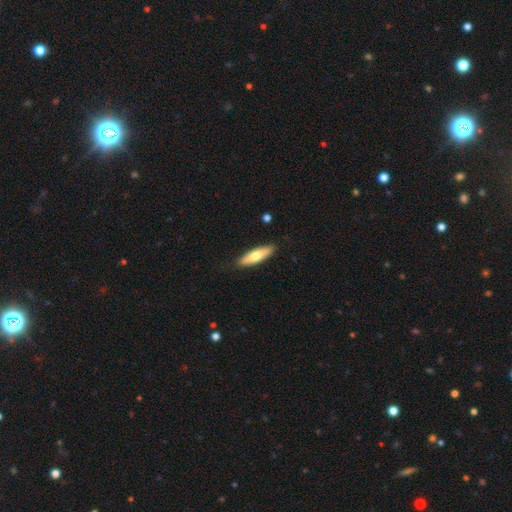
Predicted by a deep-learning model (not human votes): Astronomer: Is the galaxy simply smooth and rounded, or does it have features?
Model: smooth — 65%.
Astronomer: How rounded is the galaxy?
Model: cigar-shaped — 57% (runner-up: in between, 41%).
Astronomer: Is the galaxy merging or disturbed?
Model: none — 87%.